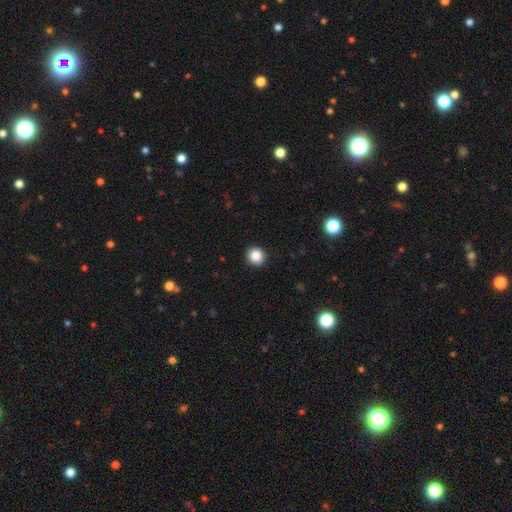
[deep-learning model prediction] smooth-or-featured: smooth: 86% | star or artifact: 10% | featured or disk: 4%
  how-rounded: round: 91% | in between: 8% | cigar-shaped: 1%
  merging: none: 92% | minor disturbance: 5% | major disturbance: 2% | merger: 1%